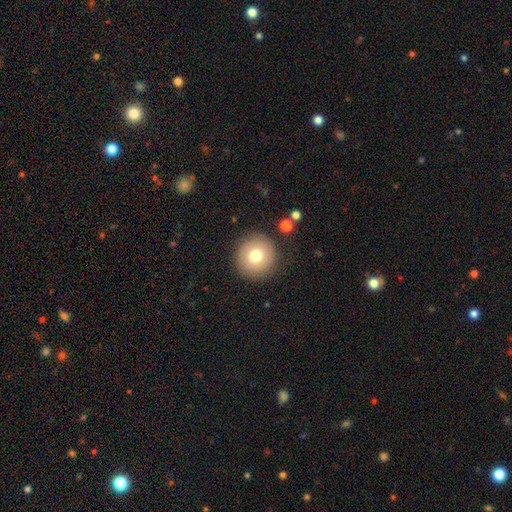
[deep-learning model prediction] Smooth or featured?
  - smooth: 75% *
  - featured or disk: 15%
  - star or artifact: 10%
How rounded?
  - round: 94% *
  - in between: 5%
  - cigar-shaped: 1%
Merging?
  - none: 87% *
  - minor disturbance: 8%
  - major disturbance: 3%
  - merger: 2%